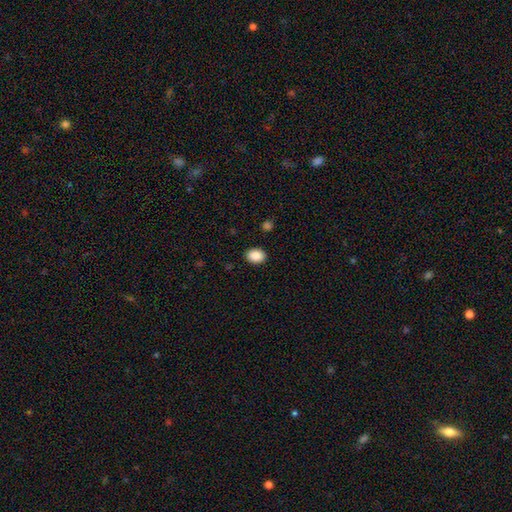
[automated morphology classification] This appears to be a smooth galaxy with no disk features (89%) that is in between round and cigar-shaped (71%). Merging: none (89%).